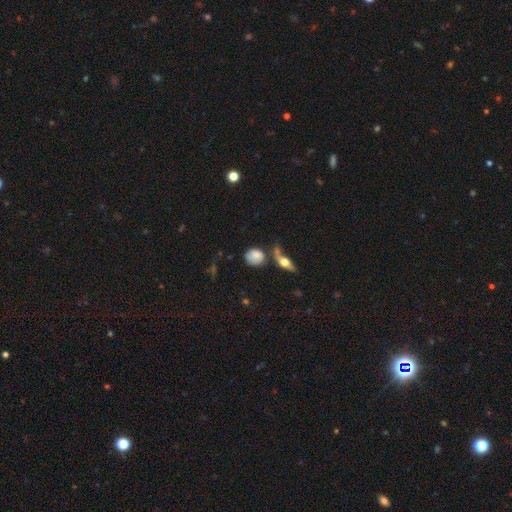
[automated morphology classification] Q: Smooth or featured?
A: smooth (74%); runner-up: featured or disk (17%)
Q: How rounded?
A: round (58%); runner-up: in between (39%)
Q: Merging?
A: none (48%); runner-up: merger (21%)